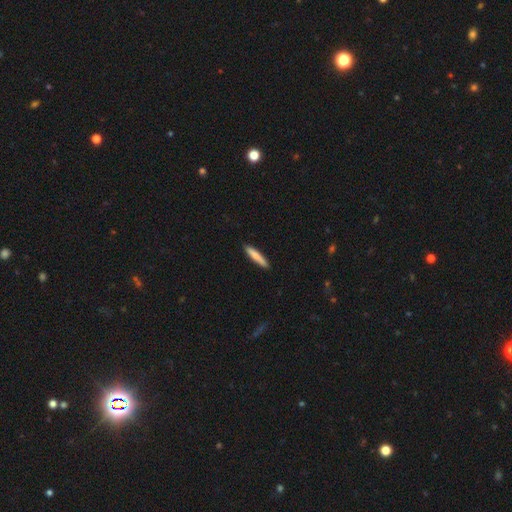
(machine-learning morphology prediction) The model was most divided on "smooth or featured": smooth: 78%, featured or disk: 17%, star or artifact: 5%. More confident: how rounded — cigar-shaped (91%); merging — none (89%).